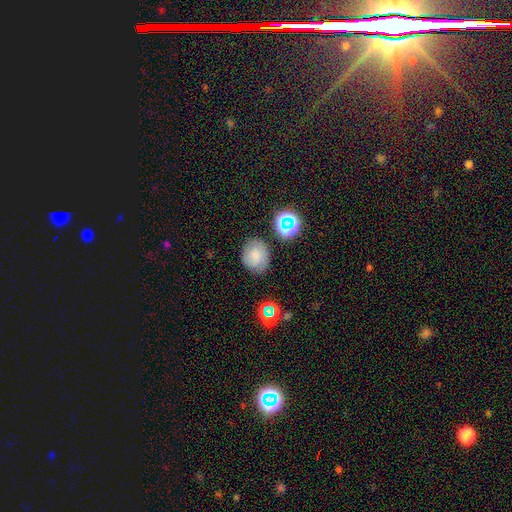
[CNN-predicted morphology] Smooth or featured? Predicted: smooth (p=0.74). How rounded? Predicted: round (p=0.57). Merging? Predicted: none (p=0.75).